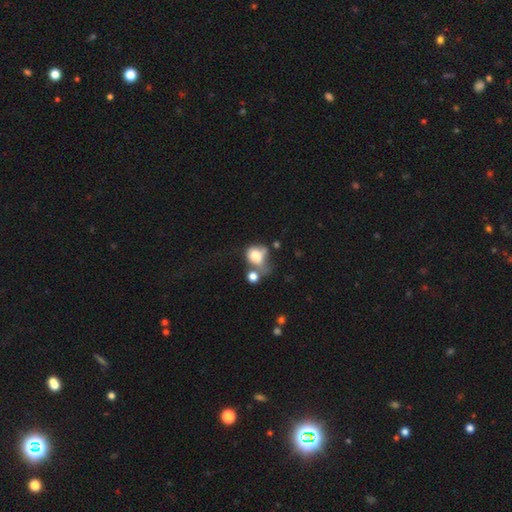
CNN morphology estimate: Q: Smooth or featured?
A: smooth (70%); runner-up: featured or disk (19%)
Q: How rounded?
A: round (51%); runner-up: in between (48%)
Q: Merging?
A: merger (37%); runner-up: major disturbance (25%)